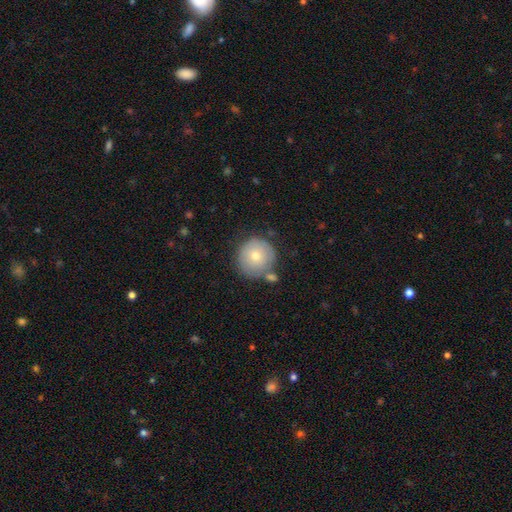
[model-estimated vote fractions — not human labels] smooth 74%, featured or disk 20%, star or artifact 7%. Down the decision tree: how rounded — round (94%); merging — none (71%).